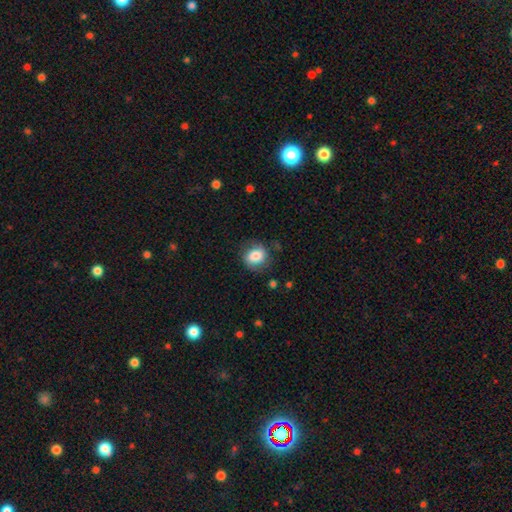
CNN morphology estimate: Smooth or featured? smooth (76%)
How rounded? round (71%)
Merging? none (73%)